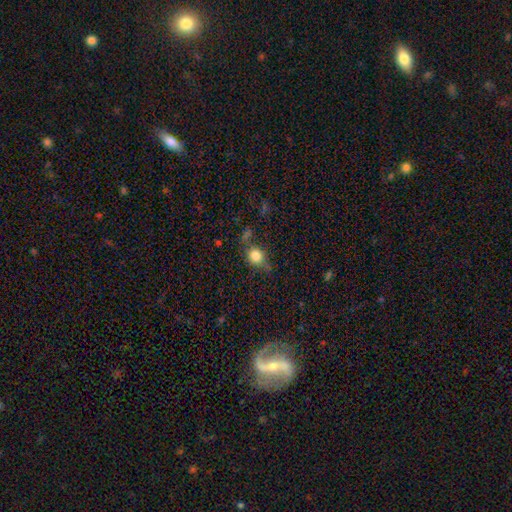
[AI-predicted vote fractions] Smooth or featured?
  - smooth: 76% *
  - star or artifact: 12%
  - featured or disk: 11%
How rounded?
  - round: 73% *
  - in between: 25%
  - cigar-shaped: 2%
Merging?
  - none: 64% *
  - minor disturbance: 23%
  - major disturbance: 8%
  - merger: 5%